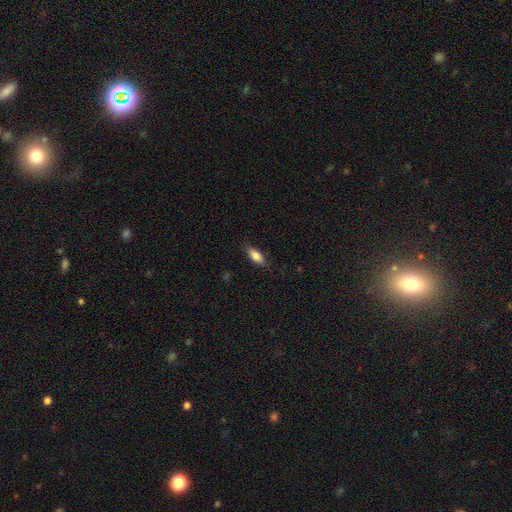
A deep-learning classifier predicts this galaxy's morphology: A smooth galaxy with no disk features (81%) that is in between round and cigar-shaped (74%).

Vote fractions:
- Smooth or featured? smooth: 81% / featured or disk: 13% / star or artifact: 7%
- How rounded? in between: 74% / cigar-shaped: 23% / round: 3%
- Merging? none: 83% / minor disturbance: 14% / major disturbance: 3% / merger: 1%